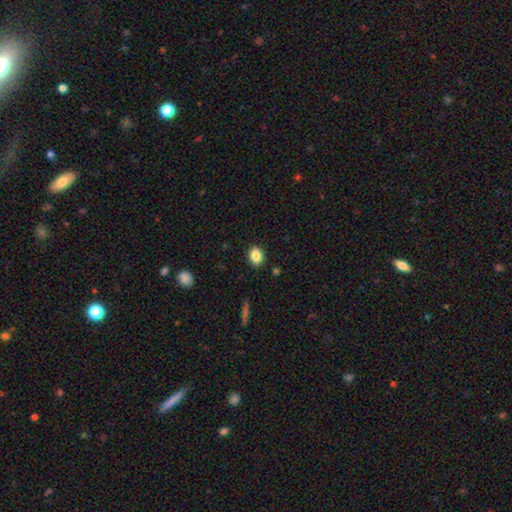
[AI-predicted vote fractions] Smooth or featured? Predicted: smooth (p=0.85). How rounded? Predicted: in between (p=0.62). Merging? Predicted: none (p=0.88).